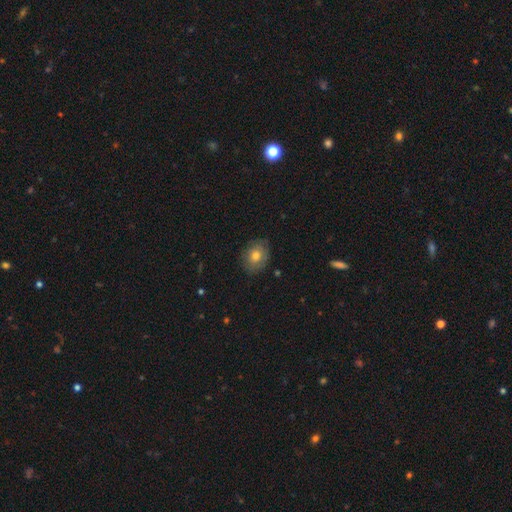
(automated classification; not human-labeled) Q: Smooth or featured?
A: smooth (73%); runner-up: featured or disk (18%)
Q: How rounded?
A: in between (55%); runner-up: round (44%)
Q: Merging?
A: none (81%); runner-up: minor disturbance (15%)